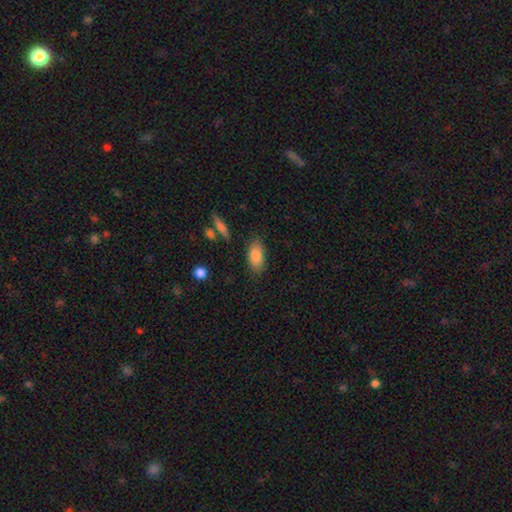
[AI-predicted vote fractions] Smooth or featured: smooth — 86% (featured or disk — 7%)
How rounded: in between — 90% (cigar-shaped — 6%)
Merging: none — 83% (minor disturbance — 12%)